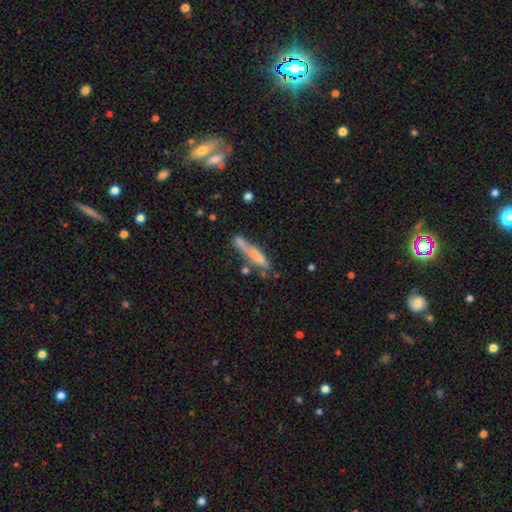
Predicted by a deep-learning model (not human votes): smooth_or_featured: smooth (p=0.65) [alt: featured or disk p=0.28]
how_rounded: cigar-shaped (p=0.86) [alt: in between p=0.12]
merging: none (p=0.43) [alt: minor disturbance p=0.24]